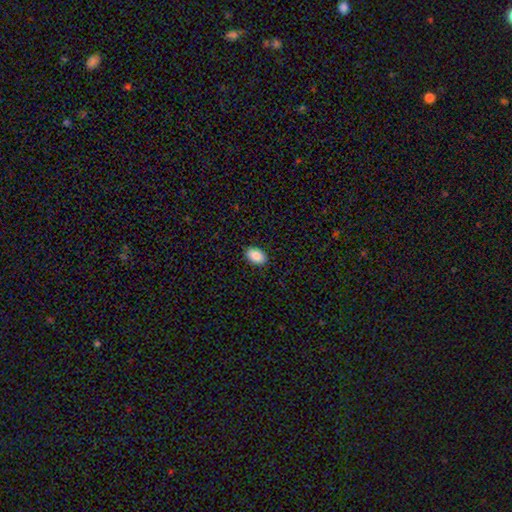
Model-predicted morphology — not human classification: This appears to be a smooth galaxy with no disk features (89%) that is in between round and cigar-shaped (91%). Merging: none (90%).